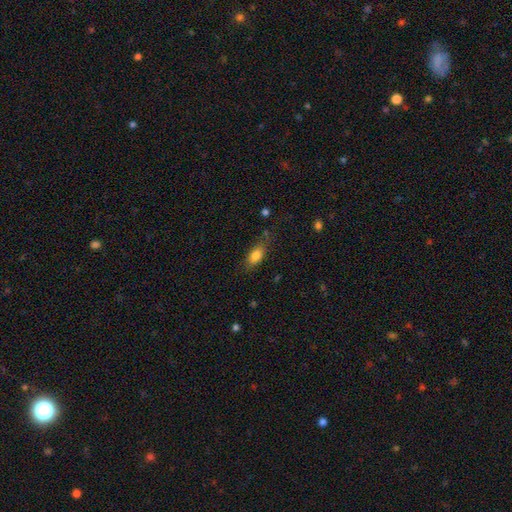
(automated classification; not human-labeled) Morphology: type=smooth (80%); roundness=in between (82%); merging=none (71%).